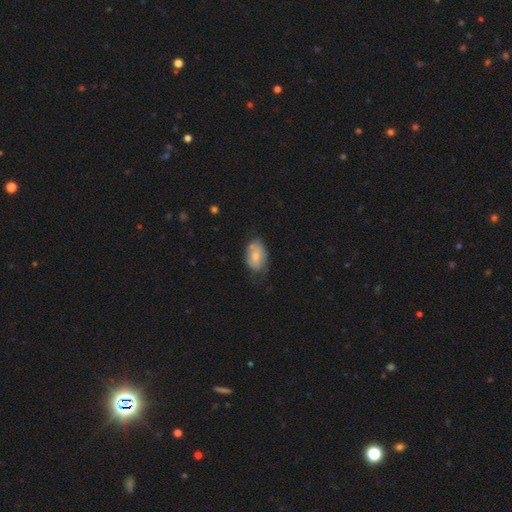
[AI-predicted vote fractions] A smooth galaxy with no disk features (70%) that is in between round and cigar-shaped (90%).

Vote fractions:
- Smooth or featured? smooth: 70% / featured or disk: 23% / star or artifact: 7%
- How rounded? in between: 90% / round: 8% / cigar-shaped: 1%
- Merging? none: 52% / minor disturbance: 32% / major disturbance: 9% / merger: 7%